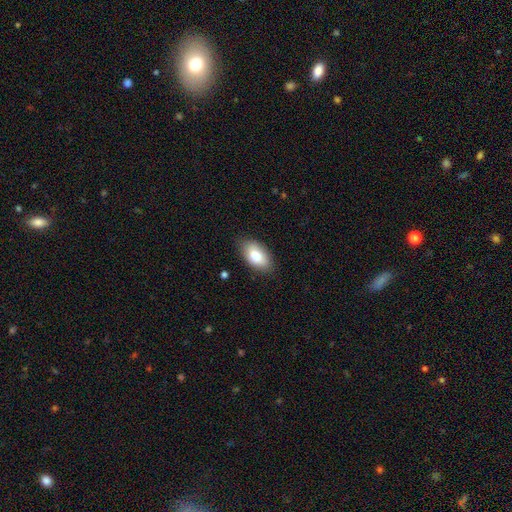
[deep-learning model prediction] Overall: smooth (84%). How rounded: in between (94%). Merging: none (82%).